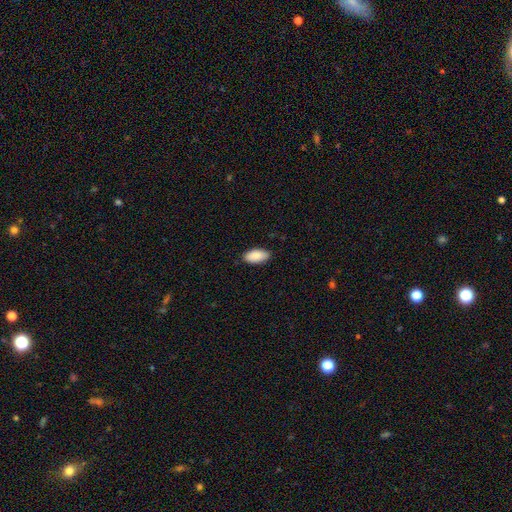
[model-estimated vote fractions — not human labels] Smooth or featured? smooth (89%)
How rounded? in between (94%)
Merging? none (87%)